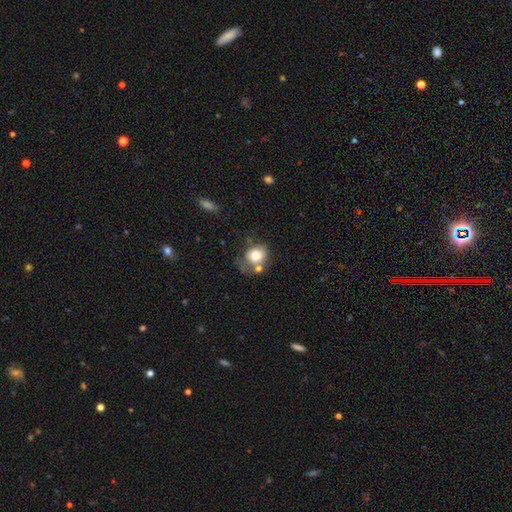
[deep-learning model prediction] Smooth or featured: smooth — 74% (featured or disk — 17%)
How rounded: round — 66% (in between — 34%)
Merging: none — 43% (minor disturbance — 22%)